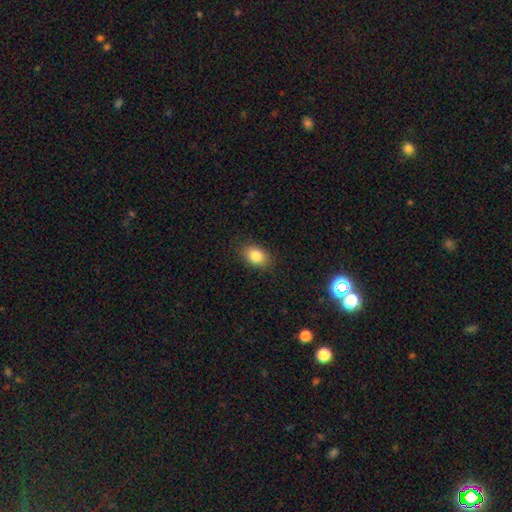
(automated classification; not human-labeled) smooth 83%, star or artifact 9%, featured or disk 8%. Down the decision tree: how rounded — in between (81%); merging — none (87%).